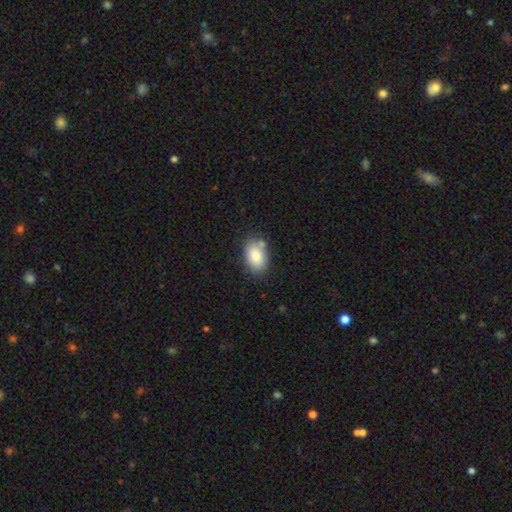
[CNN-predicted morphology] This appears to be a smooth galaxy with no disk features (85%) that is in between round and cigar-shaped (89%). Merging: none (71%).